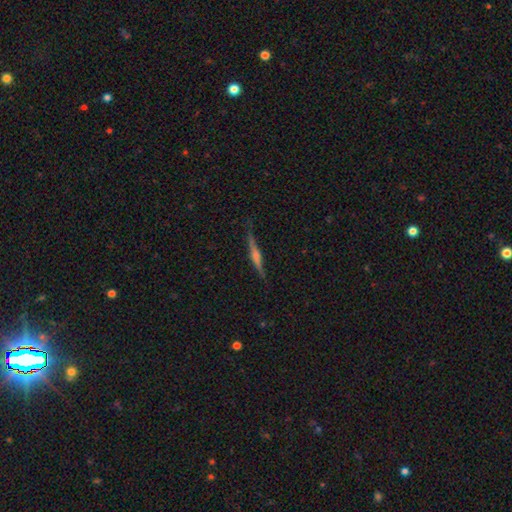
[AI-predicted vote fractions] A featured or disk galaxy (74%) viewed edge-on (98%) with a rounded central bulge (74%).

Vote fractions:
- Smooth or featured? featured or disk: 74% / smooth: 19% / star or artifact: 7%
- Edge-on disk? yes: 98% / no: 2%
- Edge-on bulge? rounded: 74% / boxy: 16% / none: 10%
- Merging? none: 87% / minor disturbance: 10% / major disturbance: 2% / merger: 1%